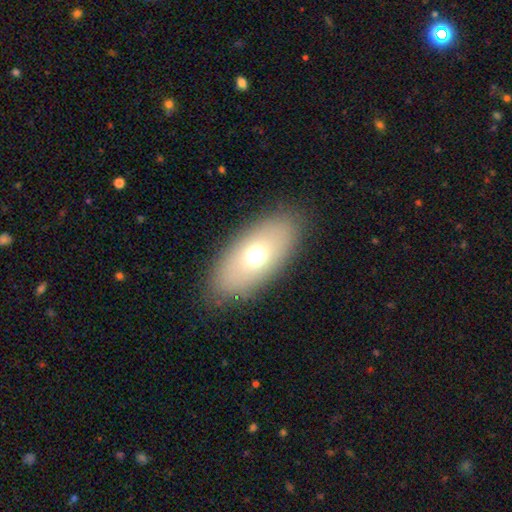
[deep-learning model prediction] Overall: smooth (63%; featured or disk 26%). How rounded: in between (85%). Merging: none (86%).